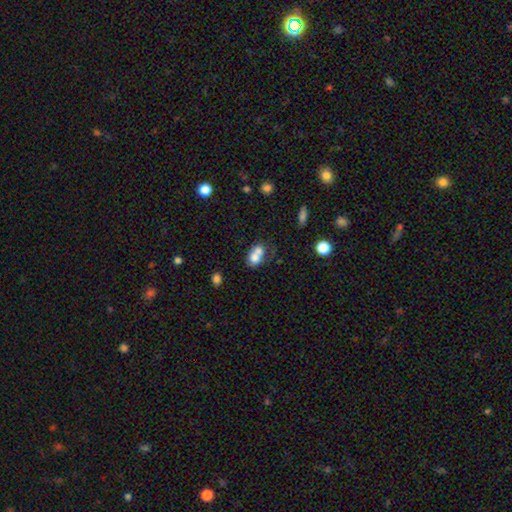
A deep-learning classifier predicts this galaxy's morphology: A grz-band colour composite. It shows a smooth galaxy with no disk features (69%) that is in between round and cigar-shaped (55%). Merging: merger (64%).